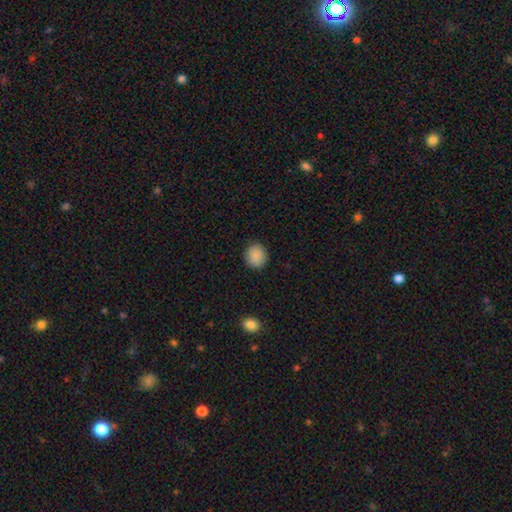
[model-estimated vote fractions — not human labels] Smooth or featured? smooth (89%)
How rounded? round (81%)
Merging? none (90%)